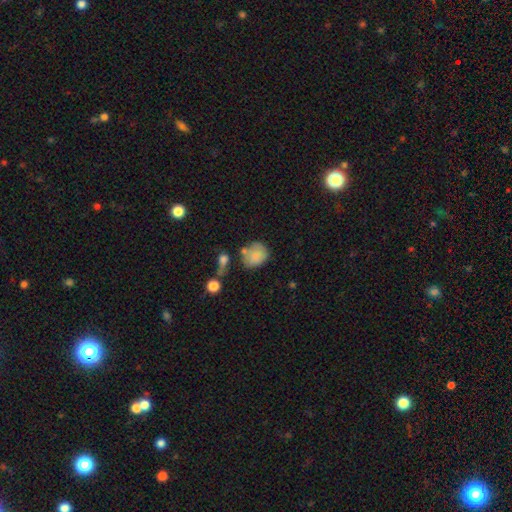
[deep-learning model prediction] The model was most divided on "merging": none: 51%, minor disturbance: 25%, merger: 13%, major disturbance: 12%. More confident: smooth or featured — smooth (79%); how rounded — round (65%).